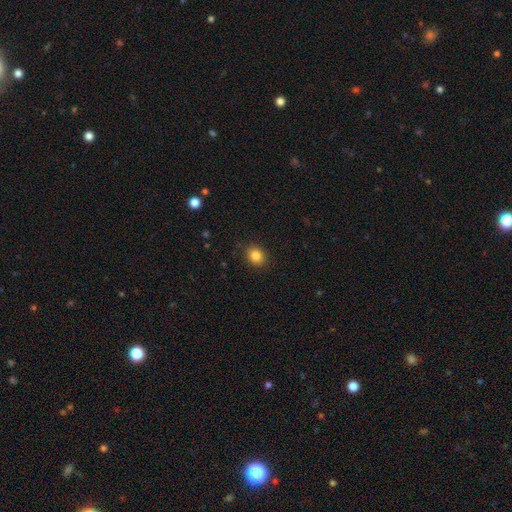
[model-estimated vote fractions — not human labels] Morphology: type=smooth (84%); roundness=round (55%); merging=none (89%).